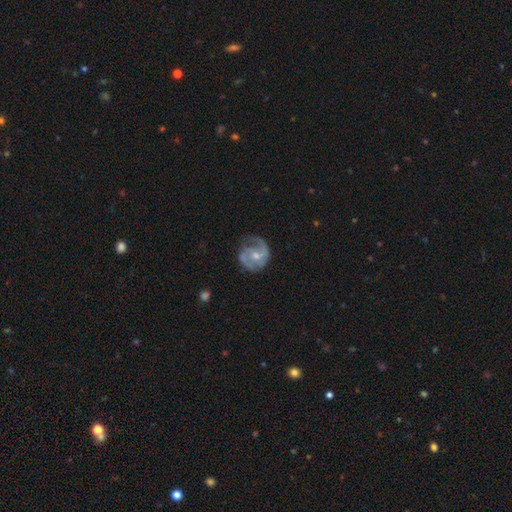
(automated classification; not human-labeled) The model was most divided on "bulge size": moderate: 51%, small: 44%, none: 2%, large: 2%, dominant: 1%. Remaining: edge-on disk — no (98%); spiral arms — yes (88%); smooth or featured — featured or disk (73%); spiral arm count — 2 (61%); bar — no (56%); merging — none (53%); spiral winding — medium (45%).